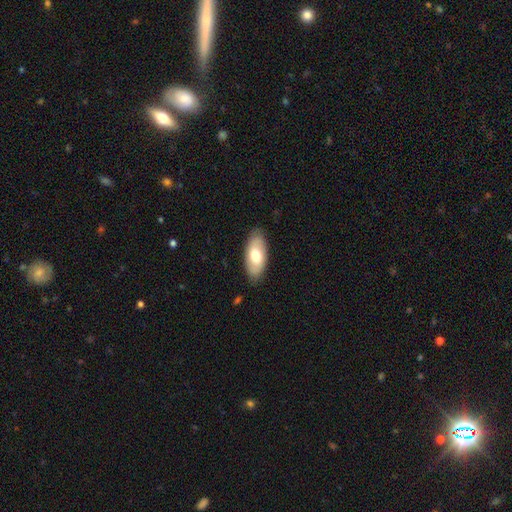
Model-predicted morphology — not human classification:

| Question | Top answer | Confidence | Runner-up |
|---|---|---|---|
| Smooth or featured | smooth | 68% | featured or disk (27%) |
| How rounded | in between | 91% | cigar-shaped (6%) |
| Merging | none | 84% | minor disturbance (13%) |